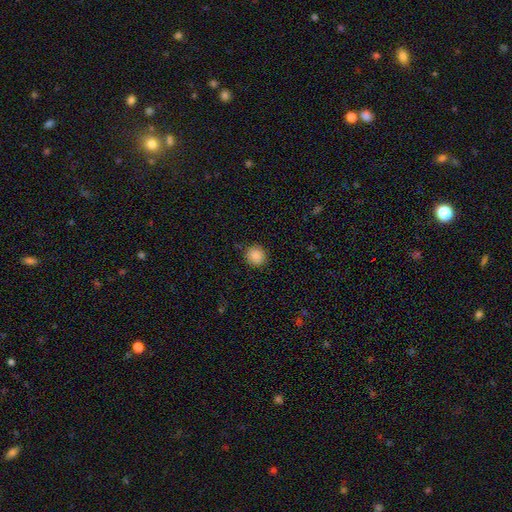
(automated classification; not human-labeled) Q: Smooth or featured?
A: smooth (88%); runner-up: star or artifact (9%)
Q: How rounded?
A: round (88%); runner-up: in between (11%)
Q: Merging?
A: none (86%); runner-up: minor disturbance (10%)